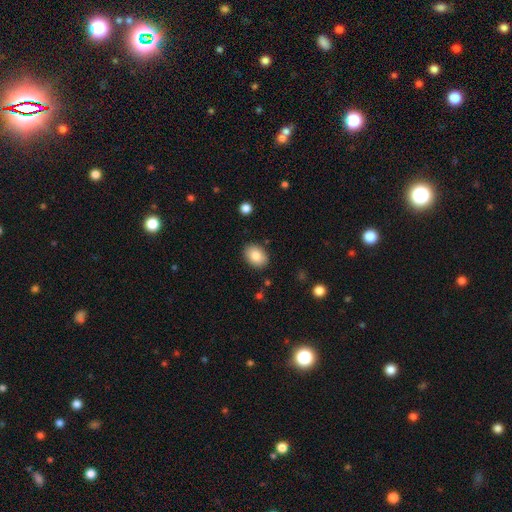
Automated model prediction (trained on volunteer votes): A smooth galaxy with no disk features (85%) that is in between round and cigar-shaped (75%).

Vote fractions:
- Smooth or featured? smooth: 85% / star or artifact: 7% / featured or disk: 7%
- How rounded? in between: 75% / round: 25% / cigar-shaped: 1%
- Merging? none: 87% / minor disturbance: 9% / major disturbance: 2% / merger: 2%